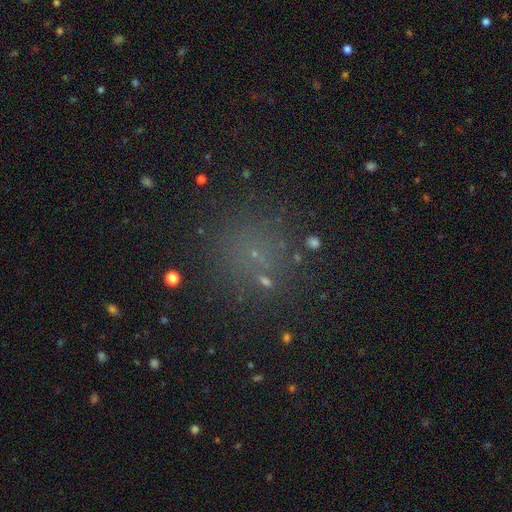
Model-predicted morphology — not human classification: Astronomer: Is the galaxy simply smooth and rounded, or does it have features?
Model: smooth — 52% (runner-up: star or artifact, 38%).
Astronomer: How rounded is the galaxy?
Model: round — 91%.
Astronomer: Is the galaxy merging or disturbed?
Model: none — 82%.